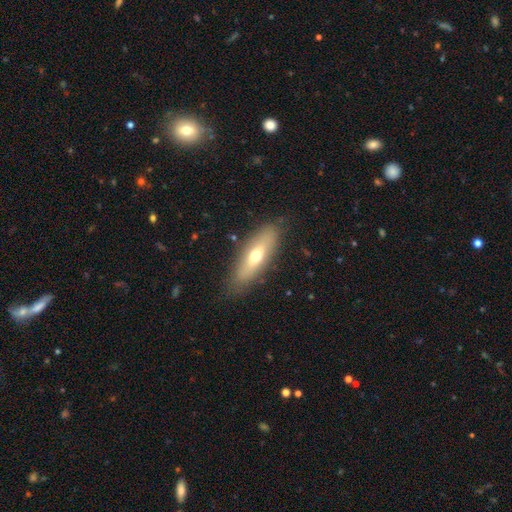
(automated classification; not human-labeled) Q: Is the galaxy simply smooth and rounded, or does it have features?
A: smooth — 57%.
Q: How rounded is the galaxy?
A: in between — 52%.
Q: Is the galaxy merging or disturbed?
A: none — 83%.